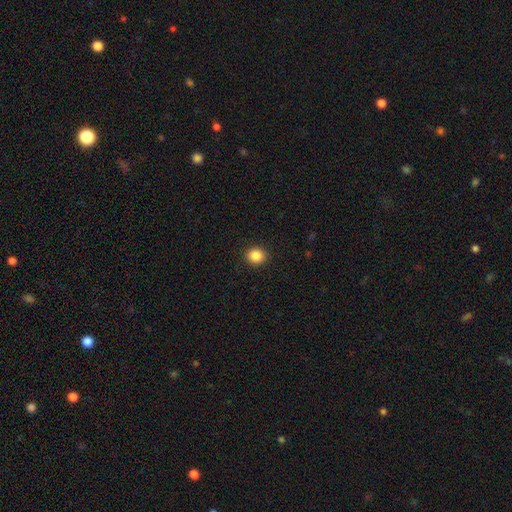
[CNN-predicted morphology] smooth-or-featured: smooth: 87% | star or artifact: 10% | featured or disk: 3%
  how-rounded: round: 86% | in between: 13% | cigar-shaped: 1%
  merging: none: 92% | minor disturbance: 5% | major disturbance: 2% | merger: 1%